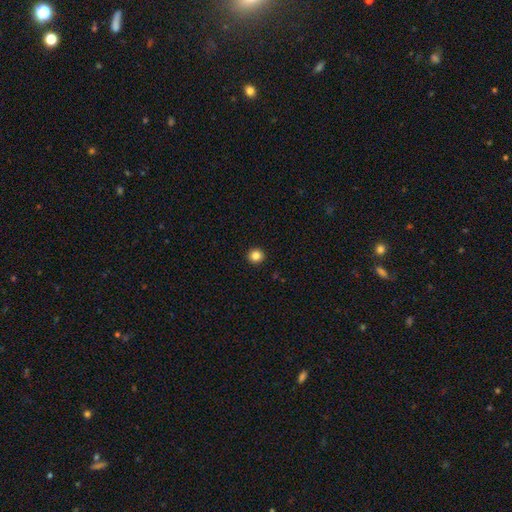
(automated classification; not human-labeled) smooth-or-featured: smooth: 85% | star or artifact: 11% | featured or disk: 4%
  how-rounded: round: 95% | in between: 4% | cigar-shaped: 1%
  merging: none: 94% | minor disturbance: 4% | major disturbance: 1% | merger: 1%